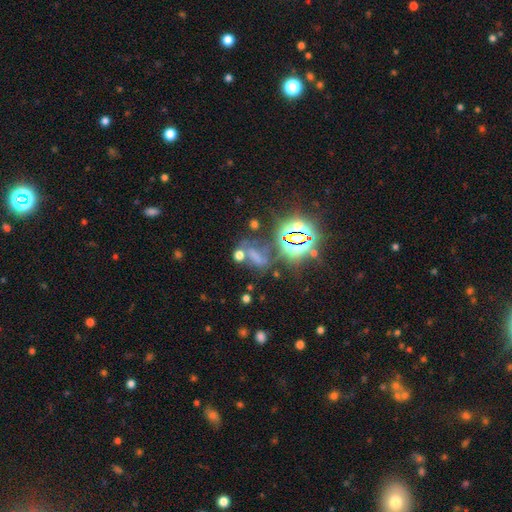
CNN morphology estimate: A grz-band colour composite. It shows a star or artifact, not a galaxy (46%).